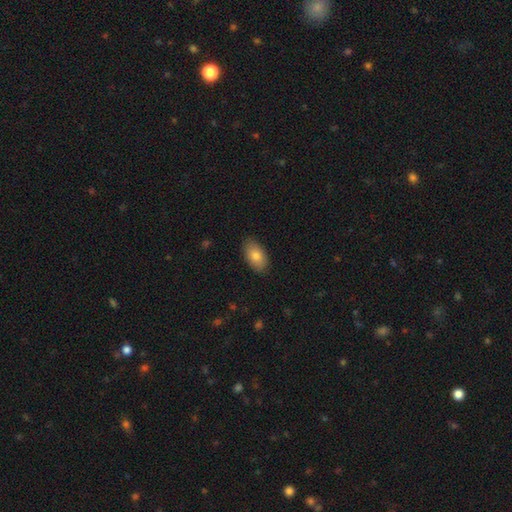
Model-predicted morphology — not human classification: smooth-or-featured: smooth: 80% | featured or disk: 13% | star or artifact: 7%
  how-rounded: in between: 93% | round: 5% | cigar-shaped: 2%
  merging: none: 87% | minor disturbance: 10% | major disturbance: 2% | merger: 1%